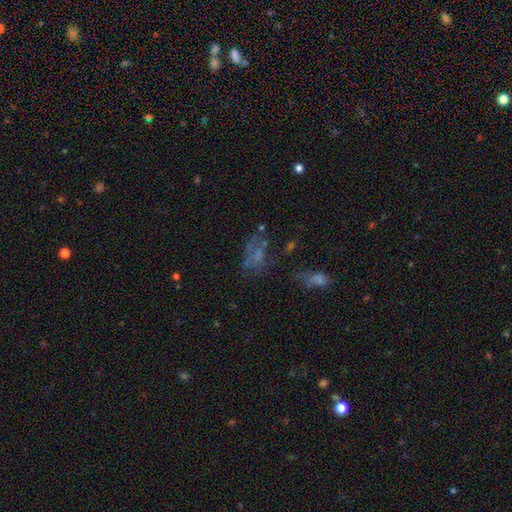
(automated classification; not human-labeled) This appears to be a smooth galaxy with no disk features (41%). Merging: none (36%).